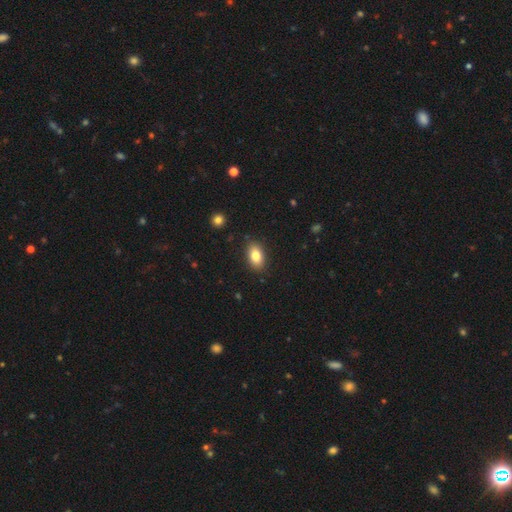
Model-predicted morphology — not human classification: smooth-or-featured: smooth: 82% | featured or disk: 10% | star or artifact: 8%
  how-rounded: in between: 89% | round: 9% | cigar-shaped: 2%
  merging: none: 87% | minor disturbance: 10% | major disturbance: 2% | merger: 1%